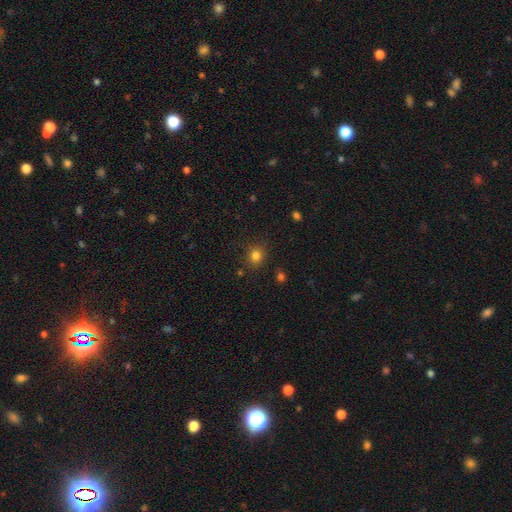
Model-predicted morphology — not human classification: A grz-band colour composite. It shows a smooth galaxy with no disk features (79%) that is round (81%). Merging: none (84%).